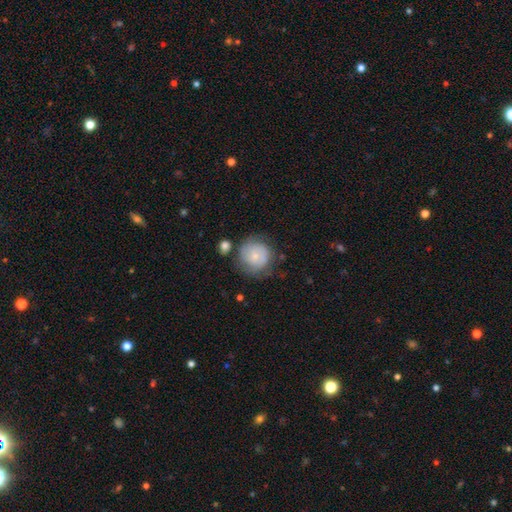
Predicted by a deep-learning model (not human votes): smooth 61%, featured or disk 32%, star or artifact 7%. Down the decision tree: how rounded — round (88%); merging — none (62%).